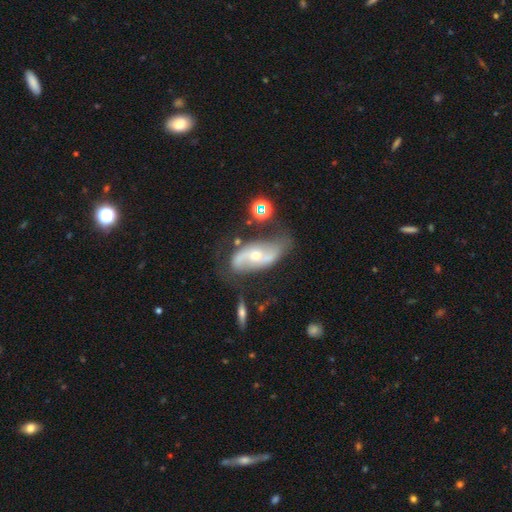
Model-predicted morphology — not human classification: The model was most divided on "bulge size": moderate: 54%, small: 42%, large: 3%, none: 1%, dominant: 1%. More confident: edge-on disk — no (92%); spiral arms — yes (89%); spiral arm count — 2 (87%); smooth or featured — featured or disk (79%); spiral winding — loose (62%); merging — none (57%); bar — no (50%).